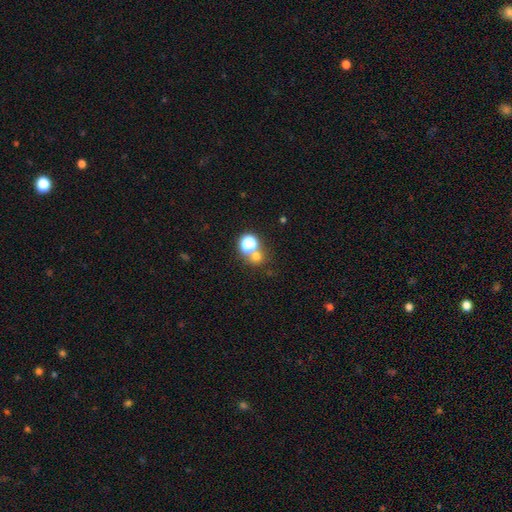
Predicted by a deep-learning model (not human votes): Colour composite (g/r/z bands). It shows a smooth galaxy with no disk features (63%) that is round (86%). Merging: none (57%).